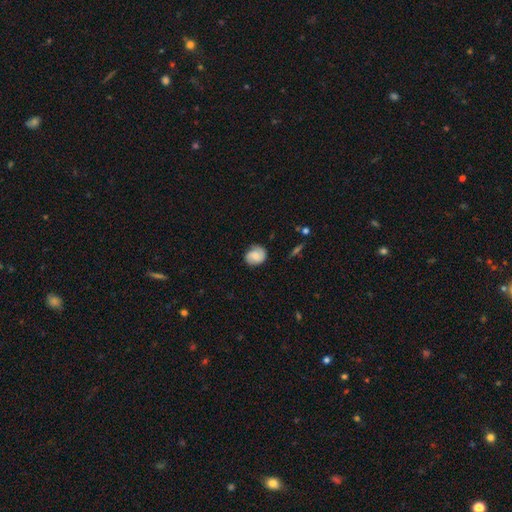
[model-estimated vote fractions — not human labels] Smooth or featured? smooth (55%)
How rounded? round (63%)
Merging? none (76%)